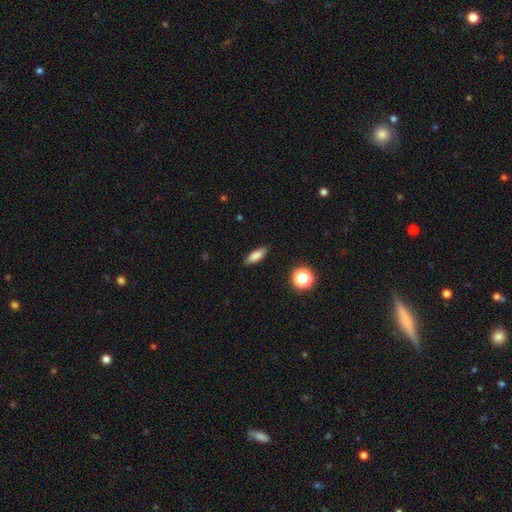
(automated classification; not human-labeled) Smooth or featured: smooth — 82% (star or artifact — 9%)
How rounded: in between — 68% (cigar-shaped — 28%)
Merging: none — 86% (minor disturbance — 10%)